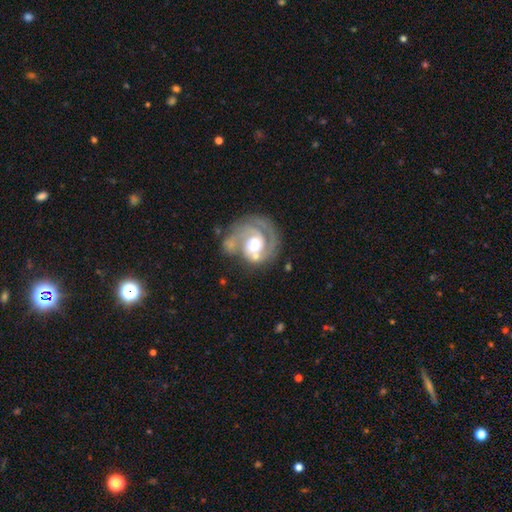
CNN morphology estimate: smooth-or-featured: featured or disk: 80% | smooth: 13% | star or artifact: 8%
  disk-edge-on: no: 98% | yes: 2%
    bar: no: 65% | weak: 26% | strong: 9%
    has-spiral-arms: yes: 87% | no: 13%
      spiral-winding: tight: 52% | medium: 36% | loose: 12%
      spiral-arm-count: 2: 45% | 1: 19% | can't tell: 19% | 3: 10% | 4: 3% | more than 4: 3%
    bulge-size: moderate: 66% | large: 23% | small: 8% | dominant: 2% | none: 2%
  merging: none: 50% | minor disturbance: 20% | major disturbance: 16% | merger: 14%